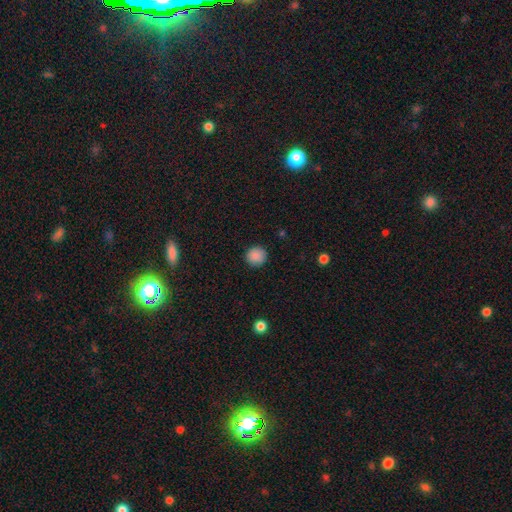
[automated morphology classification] Smooth or featured: smooth — 88% (star or artifact — 9%)
How rounded: round — 94% (in between — 5%)
Merging: none — 92% (minor disturbance — 6%)